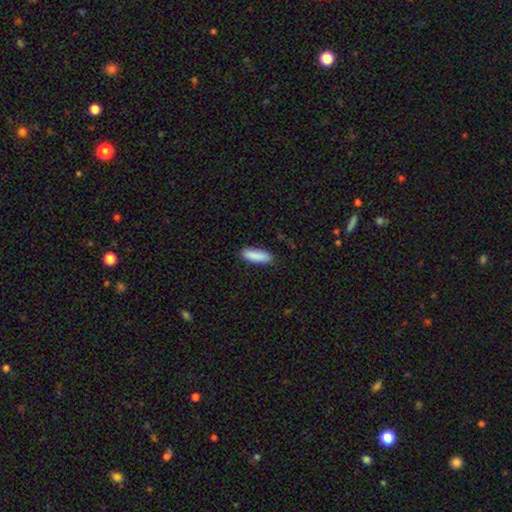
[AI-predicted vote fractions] This is clearly a smooth galaxy (89%). How rounded: possibly cigar-shaped (51%). Merging: clearly none (84%).